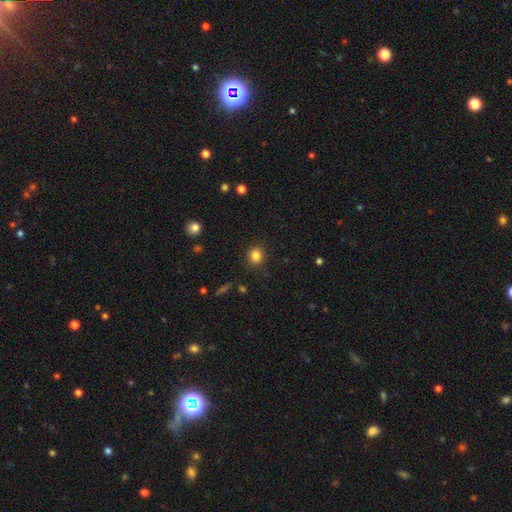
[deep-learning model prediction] Overall: smooth (83%). How rounded: round (83%). Merging: none (90%).